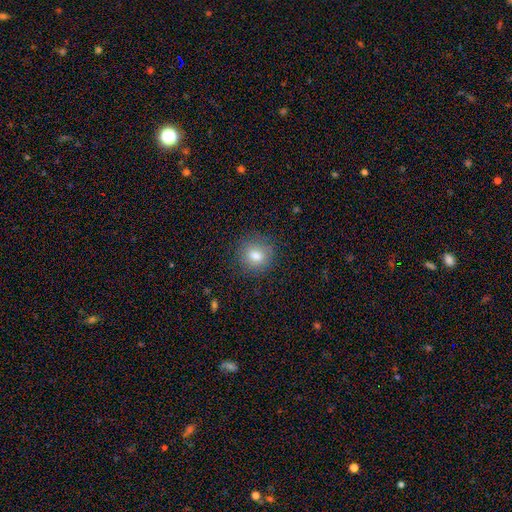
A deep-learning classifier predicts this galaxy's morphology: smooth 80%, star or artifact 11%, featured or disk 10%. Down the decision tree: how rounded — round (84%); merging — none (85%).